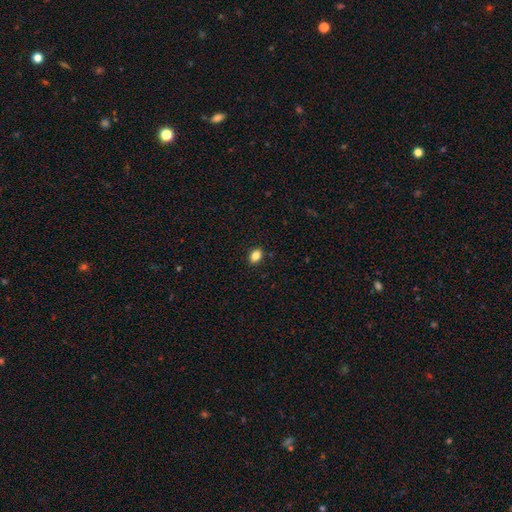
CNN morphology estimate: Smooth or featured: smooth — 85% (star or artifact — 10%)
How rounded: in between — 76% (round — 22%)
Merging: none — 89% (minor disturbance — 8%)